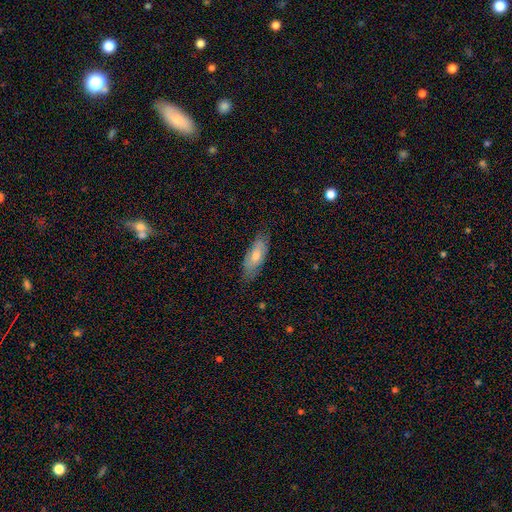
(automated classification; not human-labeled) Smooth or featured? smooth (59%)
How rounded? in between (70%)
Merging? none (80%)